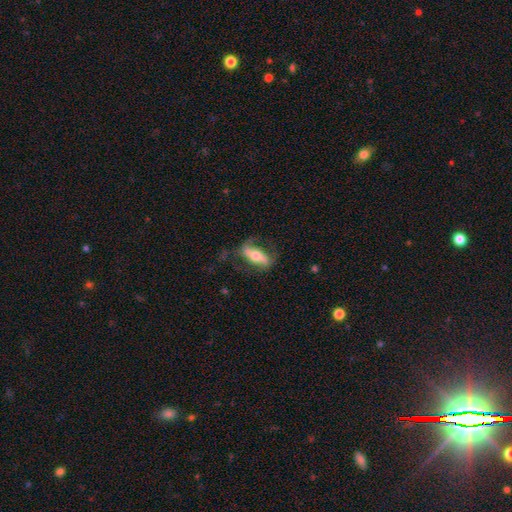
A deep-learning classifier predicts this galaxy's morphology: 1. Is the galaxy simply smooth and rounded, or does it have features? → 57% featured or disk, 37% smooth, 6% star or artifact.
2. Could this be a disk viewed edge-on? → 67% no, 33% yes.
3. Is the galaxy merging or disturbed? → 63% none, 20% minor disturbance, 15% major disturbance, 2% merger.